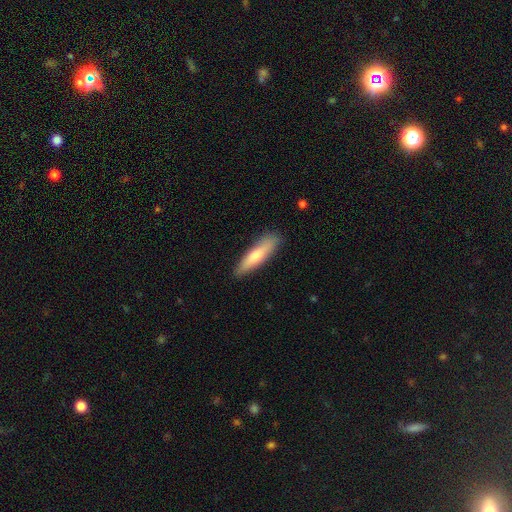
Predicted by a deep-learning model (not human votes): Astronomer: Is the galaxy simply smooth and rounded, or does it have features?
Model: smooth — 68%.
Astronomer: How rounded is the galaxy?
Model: cigar-shaped — 79%.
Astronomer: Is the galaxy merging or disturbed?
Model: none — 88%.